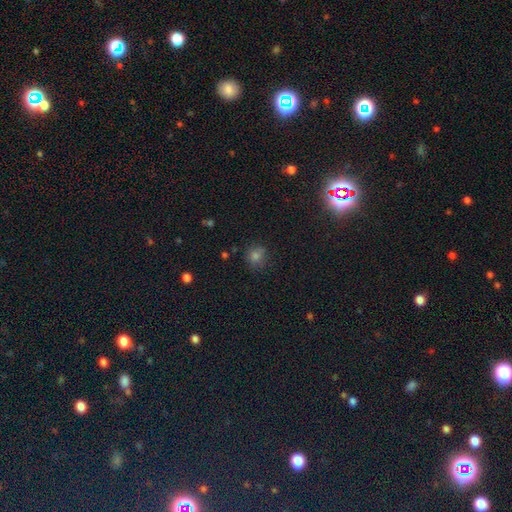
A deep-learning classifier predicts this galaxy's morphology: type=smooth (66%); roundness=round (83%); merging=none (79%).